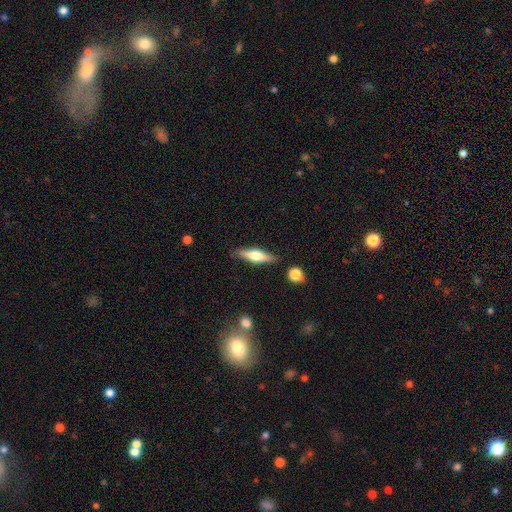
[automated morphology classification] smooth_or_featured: featured or disk (p=0.50) [alt: smooth p=0.44]
merging: none (p=0.83) [alt: minor disturbance p=0.11]